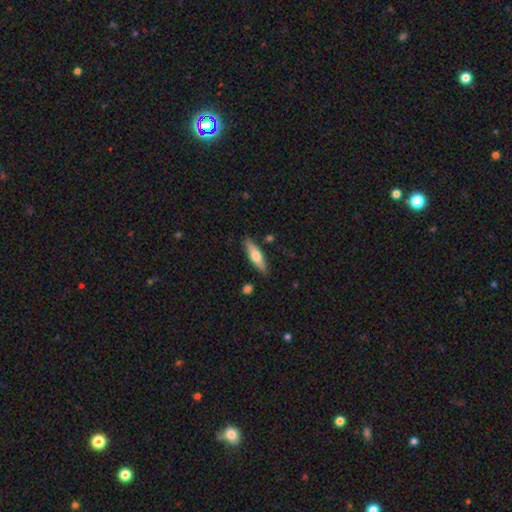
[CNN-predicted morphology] Q: Smooth or featured?
A: smooth (58%); runner-up: featured or disk (36%)
Q: How rounded?
A: cigar-shaped (67%); runner-up: in between (31%)
Q: Merging?
A: none (85%); runner-up: minor disturbance (10%)